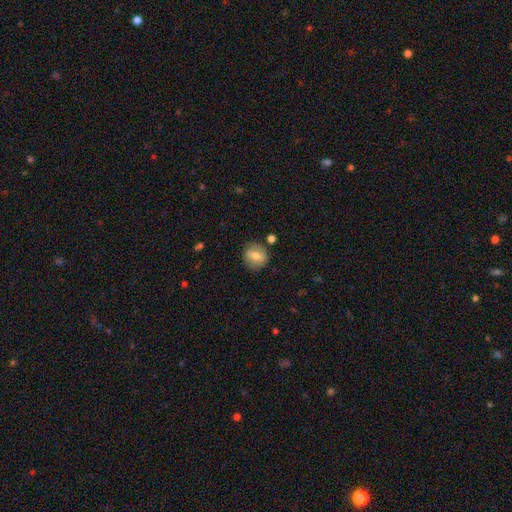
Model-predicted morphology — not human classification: smooth 65%, featured or disk 26%, star or artifact 9%. Down the decision tree: how rounded — round (80%); merging — none (82%).